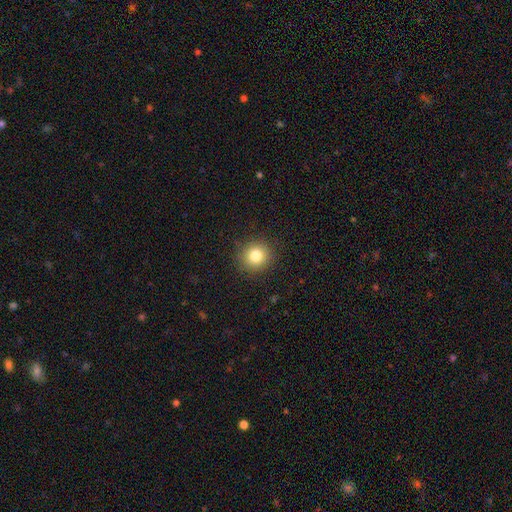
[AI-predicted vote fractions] A smooth galaxy with no disk features (82%) that is round (91%). Merging: none (90%).